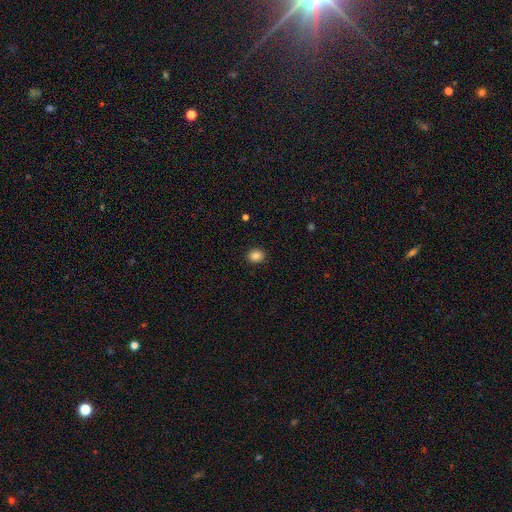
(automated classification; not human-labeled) Smooth or featured: smooth — 85% (star or artifact — 10%)
How rounded: round — 63% (in between — 36%)
Merging: none — 91% (minor disturbance — 6%)